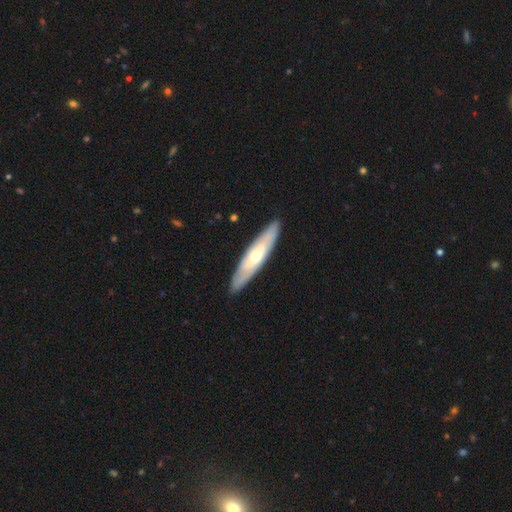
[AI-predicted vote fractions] smooth_or_featured: featured or disk (p=0.55) [alt: smooth p=0.40]
disk_edge_on: yes (p=0.60) [alt: no p=0.40]
merging: none (p=0.89) [alt: minor disturbance p=0.08]